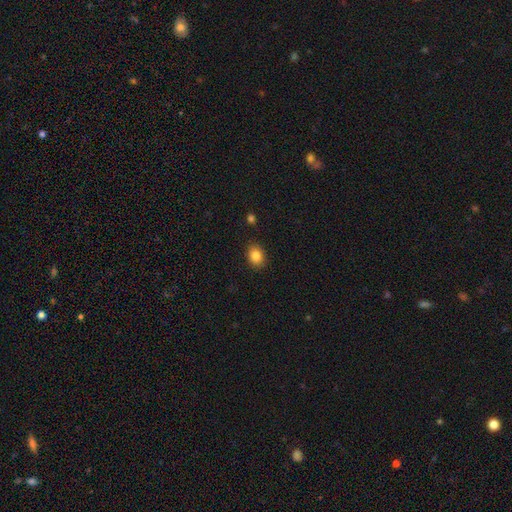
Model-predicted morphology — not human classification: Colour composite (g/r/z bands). It shows a smooth galaxy with no disk features (86%) that is in between round and cigar-shaped (57%). Merging: none (88%).